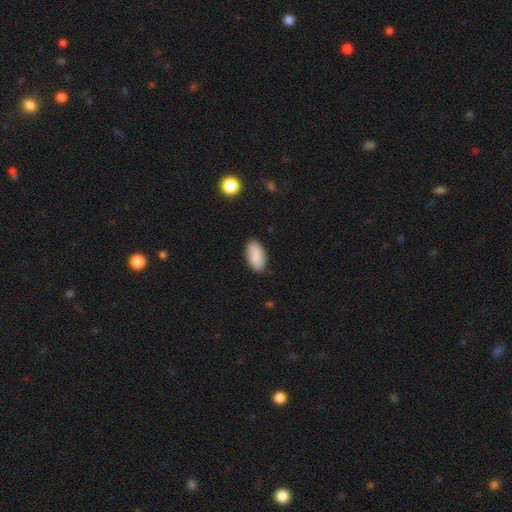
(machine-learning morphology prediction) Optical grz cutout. It shows a smooth galaxy with no disk features (89%) that is in between round and cigar-shaped (94%). Merging: none (87%).